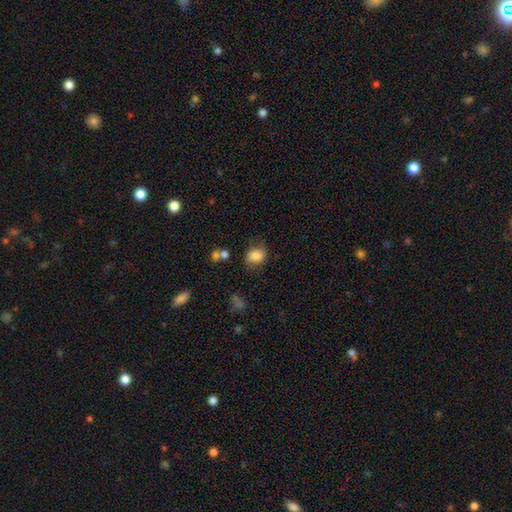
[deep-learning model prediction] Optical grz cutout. It shows a smooth galaxy with no disk features (79%) that is round (54%). Merging: none (67%).